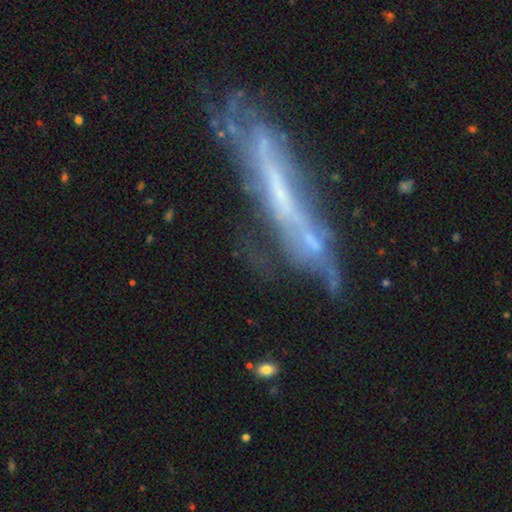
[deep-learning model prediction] Smooth or featured? Predicted: featured or disk (p=0.66). Edge-on disk? Predicted: yes (p=0.61). Merging? Predicted: none (p=0.46).